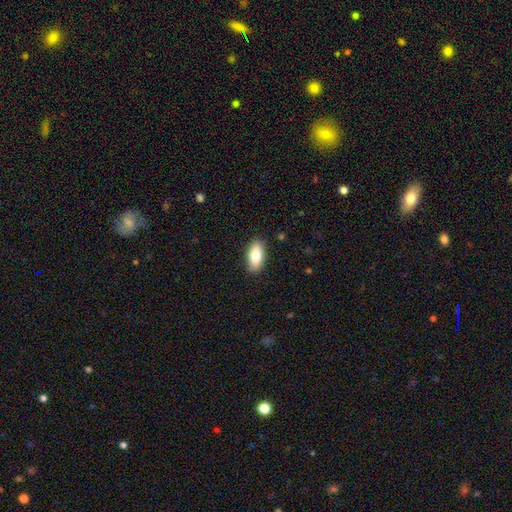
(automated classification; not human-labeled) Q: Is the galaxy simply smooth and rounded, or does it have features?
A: smooth — 80%.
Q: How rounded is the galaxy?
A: in between — 88%.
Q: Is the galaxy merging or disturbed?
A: none — 88%.